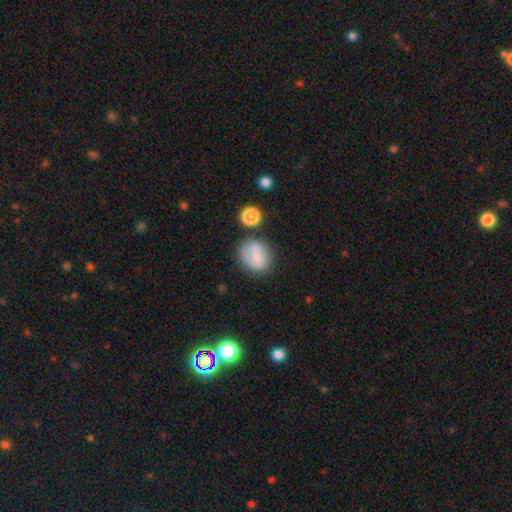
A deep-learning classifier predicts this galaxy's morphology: type=smooth (63%); roundness=round (50%); merging=none (56%).